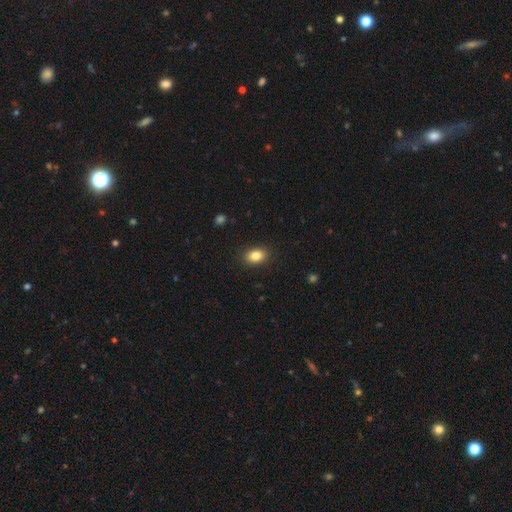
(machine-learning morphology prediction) Smooth or featured? Predicted: smooth (p=0.85). How rounded? Predicted: in between (p=0.81). Merging? Predicted: none (p=0.89).